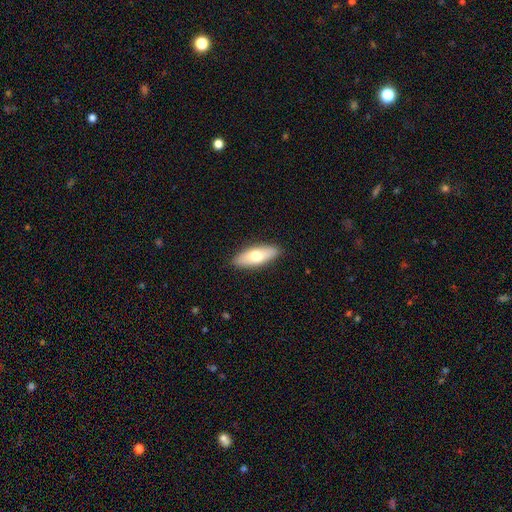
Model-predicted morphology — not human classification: This appears to be a smooth galaxy with no disk features (67%) that is in between round and cigar-shaped (69%). Merging: none (88%).